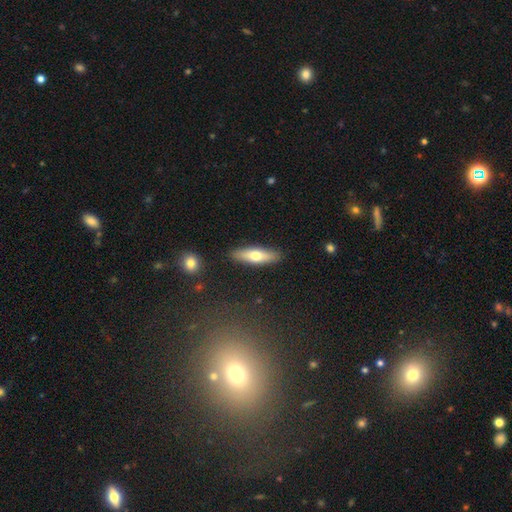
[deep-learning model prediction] Smooth or featured?
  - smooth: 60% *
  - featured or disk: 35%
  - star or artifact: 6%
How rounded?
  - cigar-shaped: 57% *
  - in between: 41%
  - round: 2%
Merging?
  - none: 89% *
  - minor disturbance: 8%
  - major disturbance: 2%
  - merger: 2%